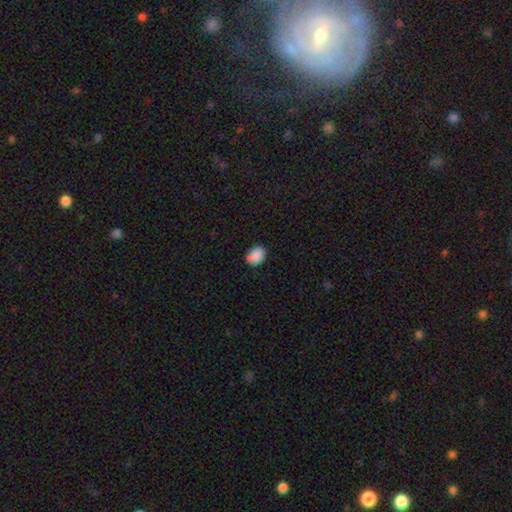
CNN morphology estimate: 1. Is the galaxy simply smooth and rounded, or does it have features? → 88% smooth, 8% star or artifact, 4% featured or disk.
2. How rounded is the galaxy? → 65% in between, 34% round, 1% cigar-shaped.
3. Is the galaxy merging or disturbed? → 77% none, 18% minor disturbance, 3% major disturbance, 2% merger.